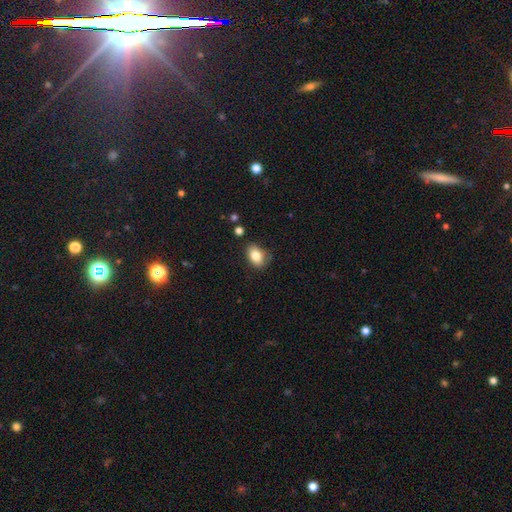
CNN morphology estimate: type=smooth (83%); roundness=in between (82%); merging=none (75%).